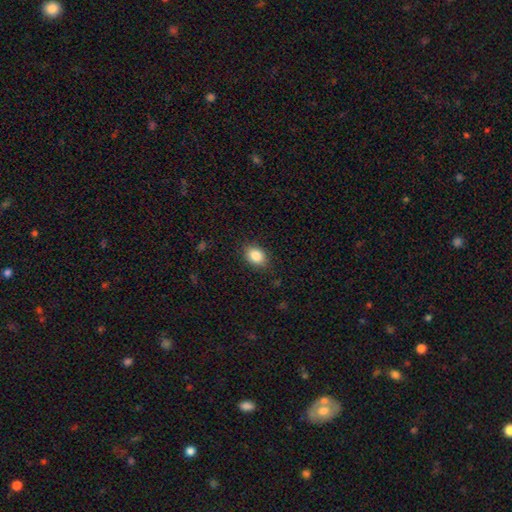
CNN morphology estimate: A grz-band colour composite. It shows a smooth galaxy with no disk features (85%) that is in between round and cigar-shaped (70%). Merging: none (86%).